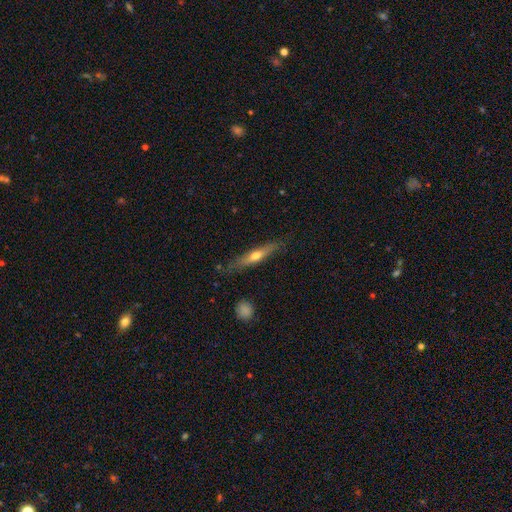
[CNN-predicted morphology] A featured or disk galaxy (51%) viewed edge-on (89%).

Vote fractions:
- Smooth or featured? featured or disk: 51% / smooth: 43% / star or artifact: 6%
- Edge-on disk? yes: 89% / no: 11%
- Merging? none: 78% / minor disturbance: 17% / major disturbance: 4% / merger: 2%